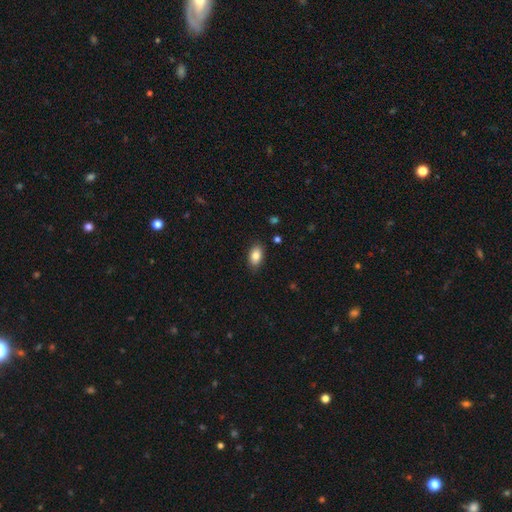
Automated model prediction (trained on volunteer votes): Q: Smooth or featured?
A: smooth (85%); runner-up: featured or disk (8%)
Q: How rounded?
A: in between (91%); runner-up: round (7%)
Q: Merging?
A: none (86%); runner-up: minor disturbance (11%)